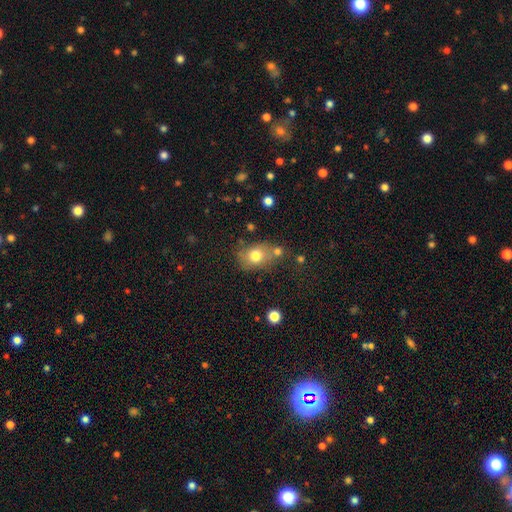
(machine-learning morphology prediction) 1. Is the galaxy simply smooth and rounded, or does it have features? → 75% smooth, 14% featured or disk, 11% star or artifact.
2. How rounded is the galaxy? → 57% in between, 42% round, 1% cigar-shaped.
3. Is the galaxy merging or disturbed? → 57% none, 19% merger, 18% minor disturbance, 6% major disturbance.